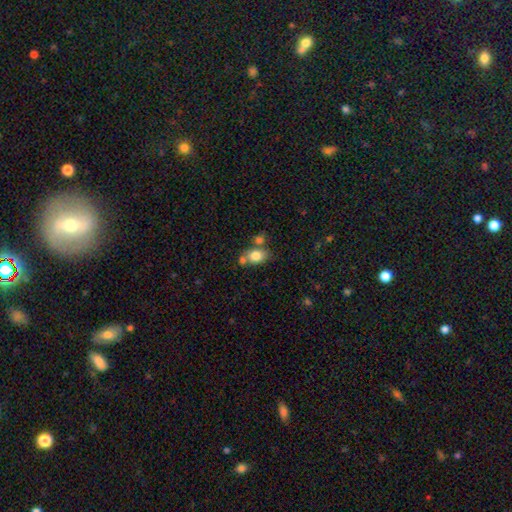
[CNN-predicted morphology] Overall: smooth (79%). How rounded: in between (75%). Merging: none (52%; merger 28%).